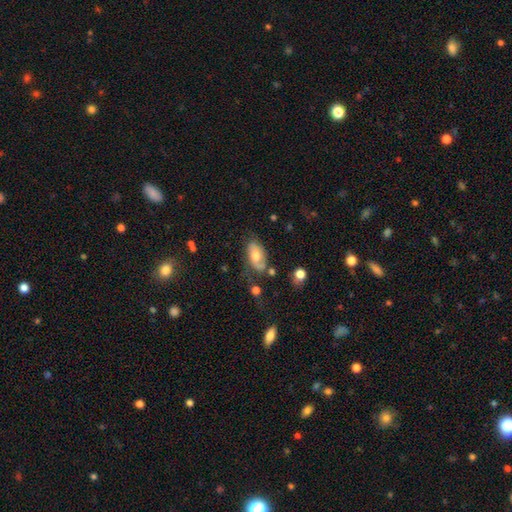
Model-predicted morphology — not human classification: smooth_or_featured: smooth (p=0.49) [alt: featured or disk p=0.42]
merging: none (p=0.55) [alt: minor disturbance p=0.26]